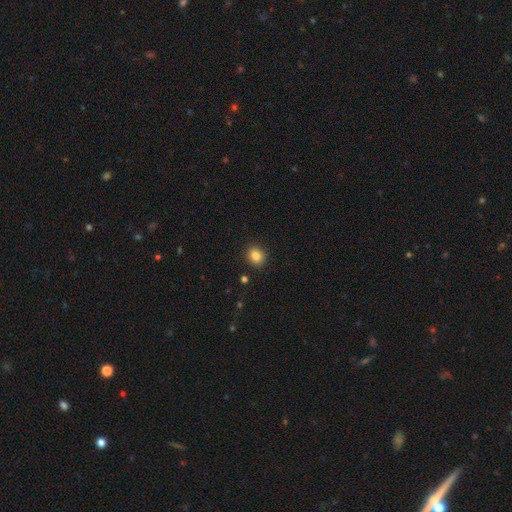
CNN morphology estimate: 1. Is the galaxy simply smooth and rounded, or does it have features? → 83% smooth, 11% star or artifact, 6% featured or disk.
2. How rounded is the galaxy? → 71% round, 28% in between, 1% cigar-shaped.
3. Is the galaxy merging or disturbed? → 90% none, 7% minor disturbance, 2% major disturbance, 1% merger.